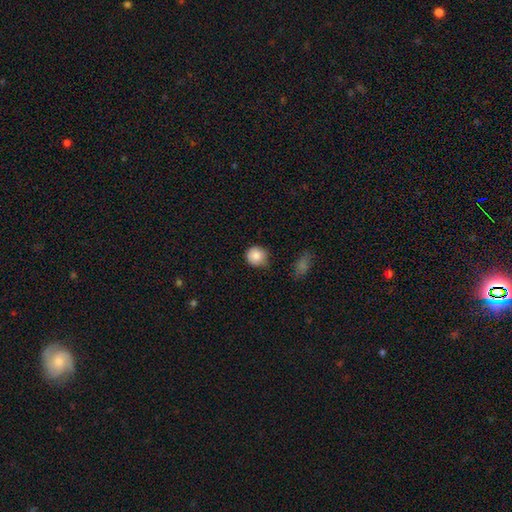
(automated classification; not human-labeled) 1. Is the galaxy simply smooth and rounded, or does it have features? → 85% smooth, 9% star or artifact, 6% featured or disk.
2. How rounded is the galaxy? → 91% round, 8% in between, 1% cigar-shaped.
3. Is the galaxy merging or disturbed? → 69% none, 24% minor disturbance, 4% major disturbance, 3% merger.